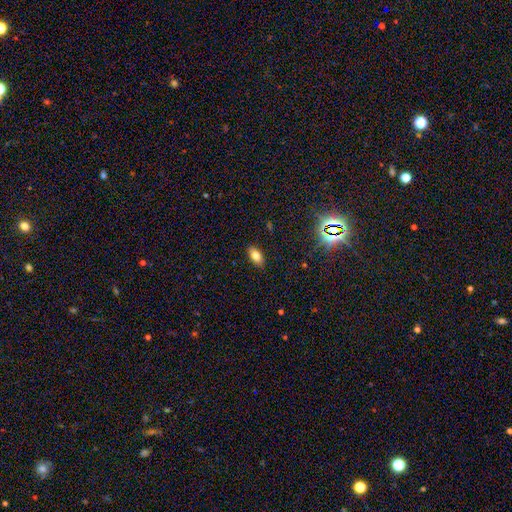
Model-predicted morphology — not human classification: smooth_or_featured: smooth (p=0.75) [alt: featured or disk p=0.13]
how_rounded: in between (p=0.88) [alt: cigar-shaped p=0.07]
merging: none (p=0.87) [alt: minor disturbance p=0.10]